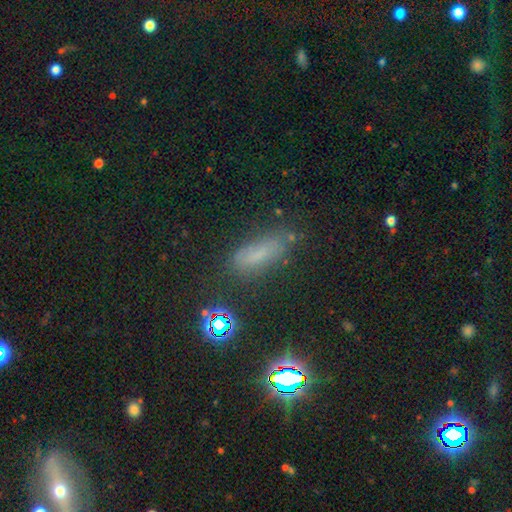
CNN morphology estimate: The model was most divided on "how rounded": in between: 54%, cigar-shaped: 41%, round: 5%. More confident: merging — none (66%); smooth or featured — smooth (56%).